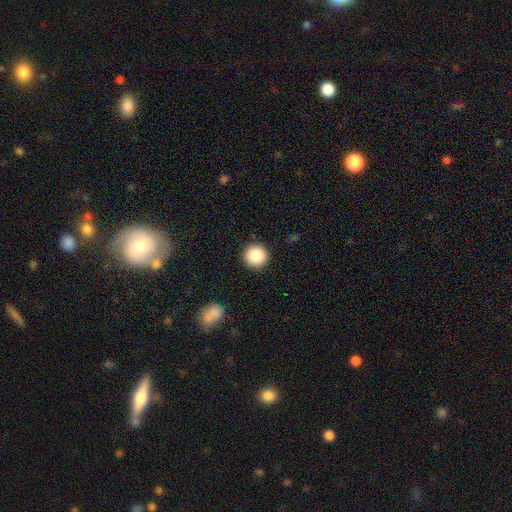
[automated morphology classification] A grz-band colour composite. It shows a smooth galaxy with no disk features (86%) that is round (96%). Merging: none (92%).